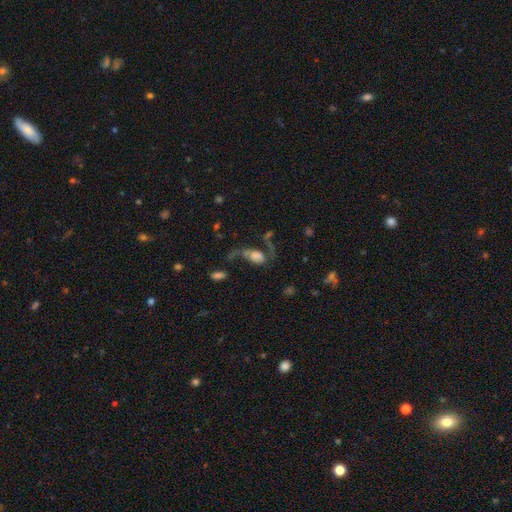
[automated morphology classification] Smooth or featured: featured or disk — 44% (smooth — 42%)
Merging: major disturbance — 39% (none — 30%)